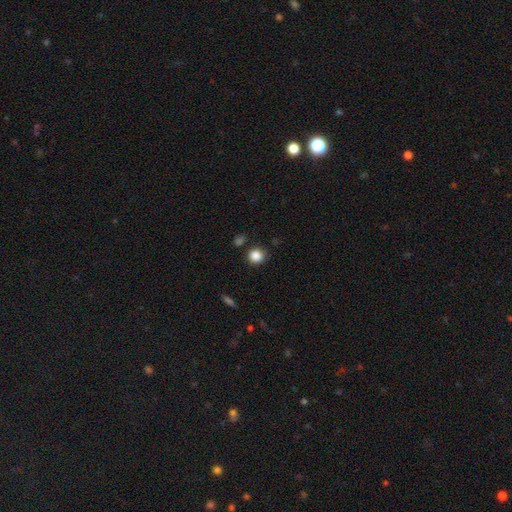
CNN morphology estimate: A smooth galaxy with no disk features (86%) that is round (88%).

Vote fractions:
- Smooth or featured? smooth: 86% / star or artifact: 11% / featured or disk: 4%
- How rounded? round: 88% / in between: 11% / cigar-shaped: 1%
- Merging? none: 83% / minor disturbance: 10% / merger: 4% / major disturbance: 3%